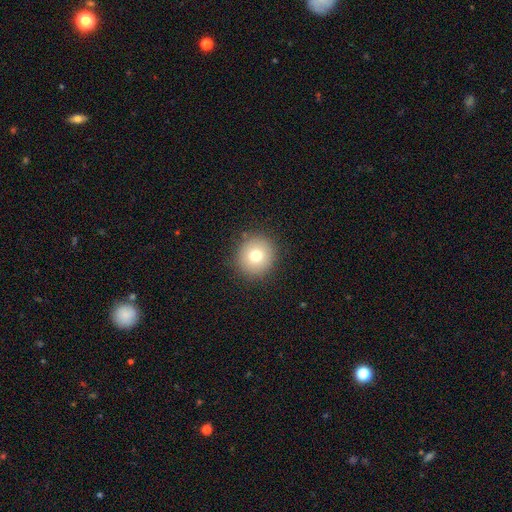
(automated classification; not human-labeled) smooth_or_featured: smooth (p=0.74) [alt: featured or disk p=0.13]
how_rounded: round (p=0.92) [alt: in between p=0.07]
merging: none (p=0.89) [alt: minor disturbance p=0.07]